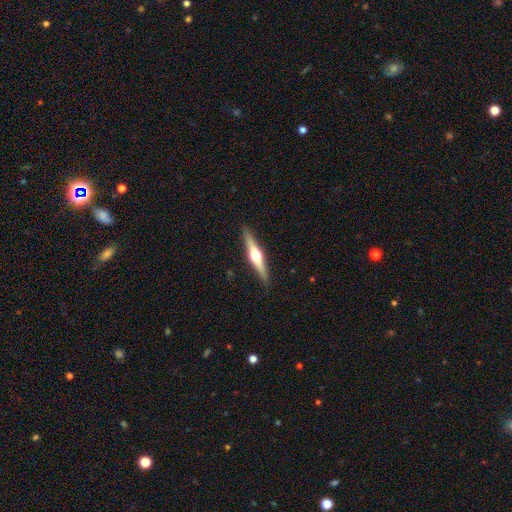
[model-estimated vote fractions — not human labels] Smooth or featured? featured or disk (73%)
Edge-on disk? yes (98%)
Edge-on bulge? rounded (95%)
Merging? none (91%)